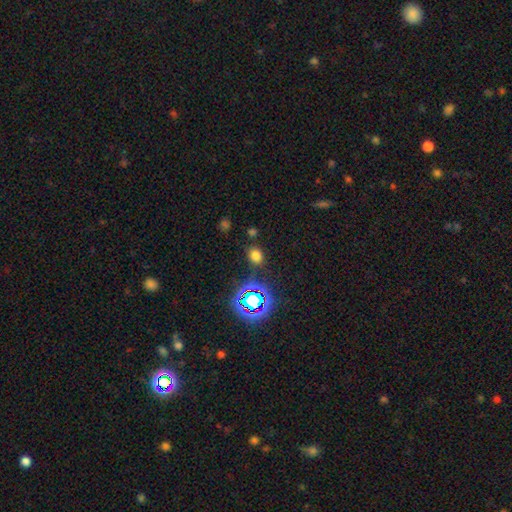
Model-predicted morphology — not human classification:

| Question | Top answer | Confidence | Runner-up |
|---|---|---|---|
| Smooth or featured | smooth | 69% | star or artifact (26%) |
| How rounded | round | 51% | in between (48%) |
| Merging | none | 81% | minor disturbance (11%) |